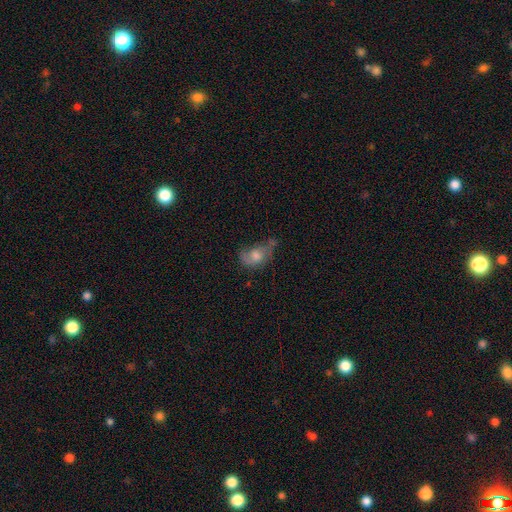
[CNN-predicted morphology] Smooth or featured? smooth (51%)
How rounded? in between (76%)
Merging? none (35%)